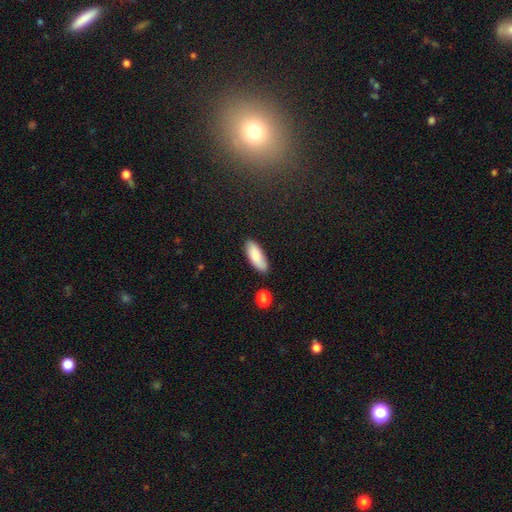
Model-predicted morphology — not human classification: A smooth galaxy with no disk features (83%) that is in between round and cigar-shaped (75%).

Vote fractions:
- Smooth or featured? smooth: 83% / featured or disk: 10% / star or artifact: 6%
- How rounded? in between: 75% / cigar-shaped: 24% / round: 2%
- Merging? none: 82% / minor disturbance: 12% / merger: 3% / major disturbance: 2%